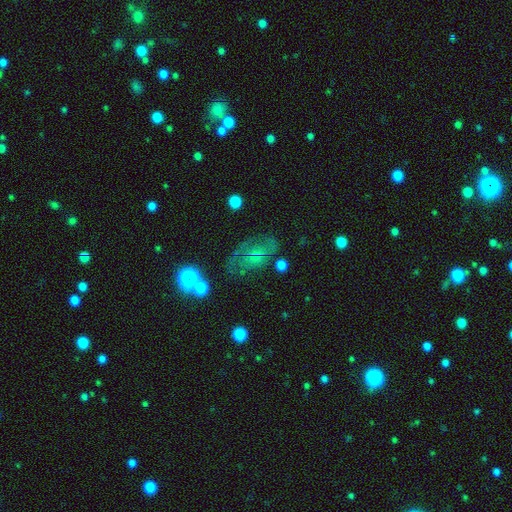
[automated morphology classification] Smooth or featured? Predicted: featured or disk (p=0.49). Merging? Predicted: none (p=0.52).